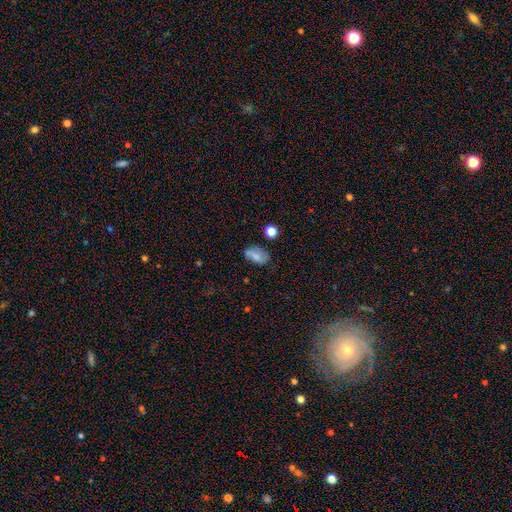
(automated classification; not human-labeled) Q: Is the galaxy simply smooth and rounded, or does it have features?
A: smooth — 73%.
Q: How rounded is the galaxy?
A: in between — 90%.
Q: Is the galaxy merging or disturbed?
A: none — 65%.